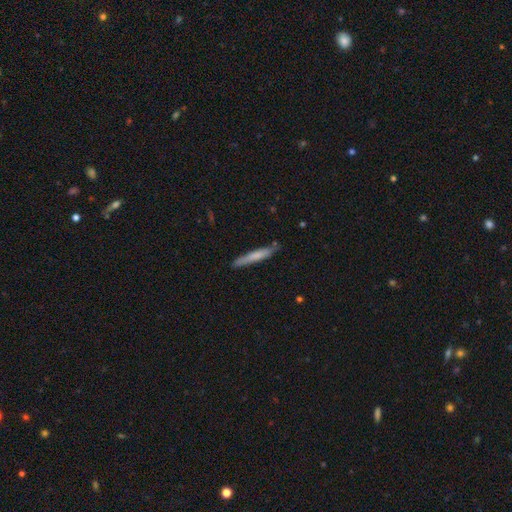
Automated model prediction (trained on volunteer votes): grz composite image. It shows a smooth galaxy with no disk features (69%) that is cigar-shaped (94%). Merging: none (82%).